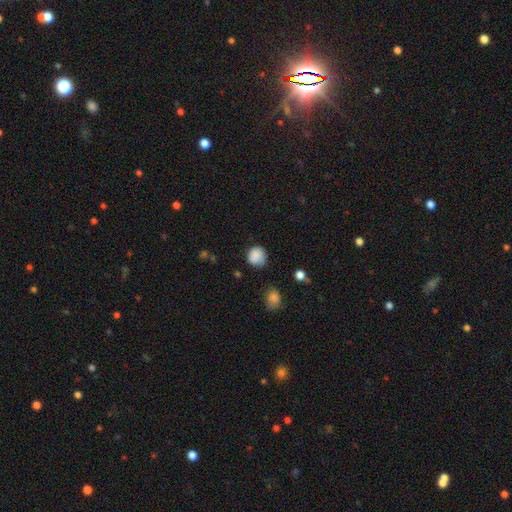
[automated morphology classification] Smooth or featured: smooth — 87% (star or artifact — 9%)
How rounded: round — 87% (in between — 12%)
Merging: none — 71% (minor disturbance — 22%)